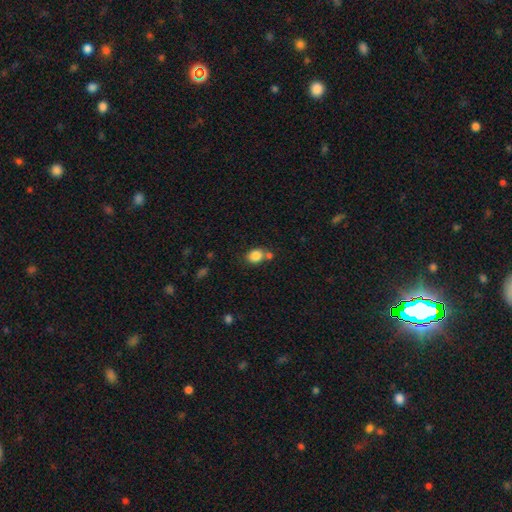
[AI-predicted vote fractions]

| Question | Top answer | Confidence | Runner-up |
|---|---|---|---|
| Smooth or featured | smooth | 84% | star or artifact (10%) |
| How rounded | round | 57% | in between (42%) |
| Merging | none | 58% | merger (25%) |